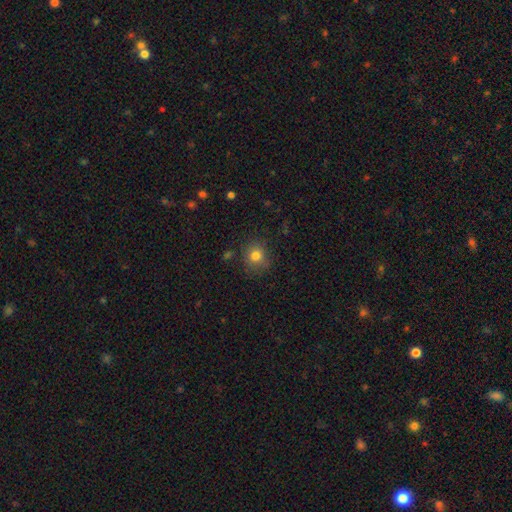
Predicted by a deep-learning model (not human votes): Overall: smooth (80%). How rounded: round (83%). Merging: none (82%).